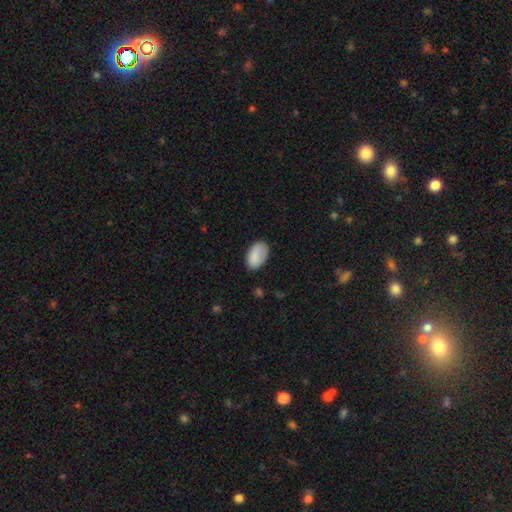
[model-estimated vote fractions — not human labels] A smooth galaxy with no disk features (85%) that is in between round and cigar-shaped (91%). Merging: none (76%).